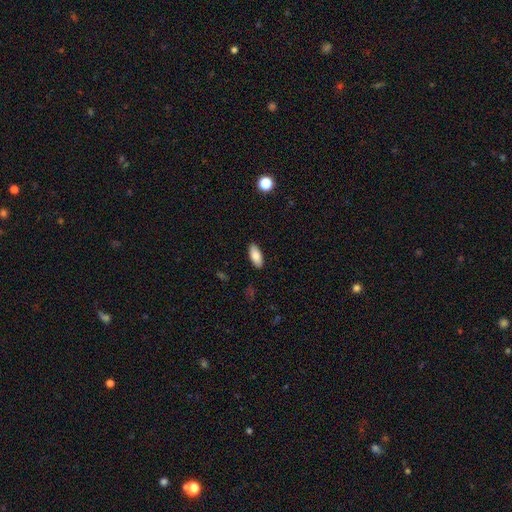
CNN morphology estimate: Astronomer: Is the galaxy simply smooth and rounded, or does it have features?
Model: smooth — 85%.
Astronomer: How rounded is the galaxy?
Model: in between — 86%.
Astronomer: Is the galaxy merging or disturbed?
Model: none — 89%.